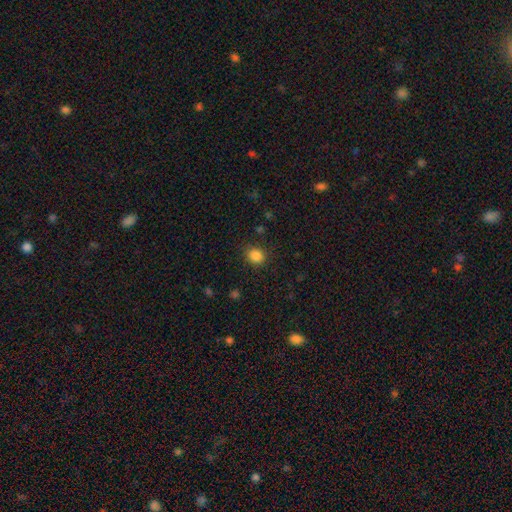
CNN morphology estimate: This is clearly a smooth galaxy (85%). How rounded: likely round (76%). Merging: clearly none (85%).